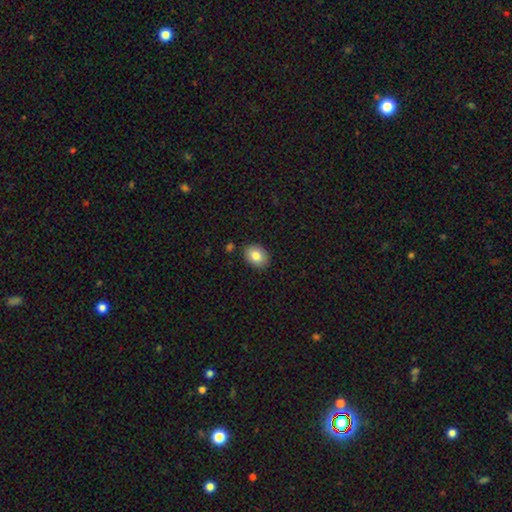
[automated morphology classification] The model was most divided on "how rounded": in between: 61%, round: 38%, cigar-shaped: 1%. More confident: merging — none (87%); smooth or featured — smooth (82%).